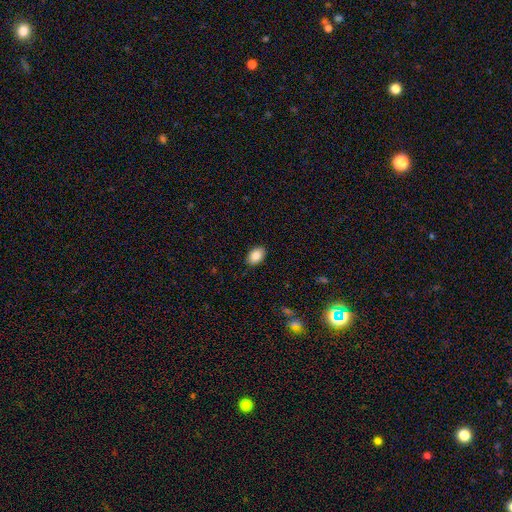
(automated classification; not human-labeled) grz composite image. It shows a smooth galaxy with no disk features (87%) that is in between round and cigar-shaped (89%). Merging: none (89%).